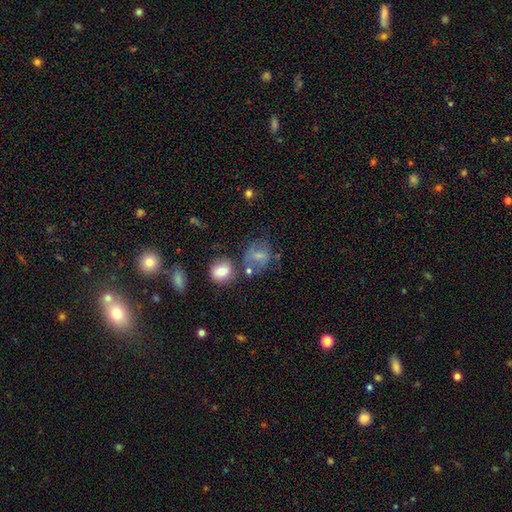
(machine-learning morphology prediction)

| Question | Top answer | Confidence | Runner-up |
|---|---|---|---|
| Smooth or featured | smooth | 42% | featured or disk (37%) |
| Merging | none | 58% | minor disturbance (19%) |